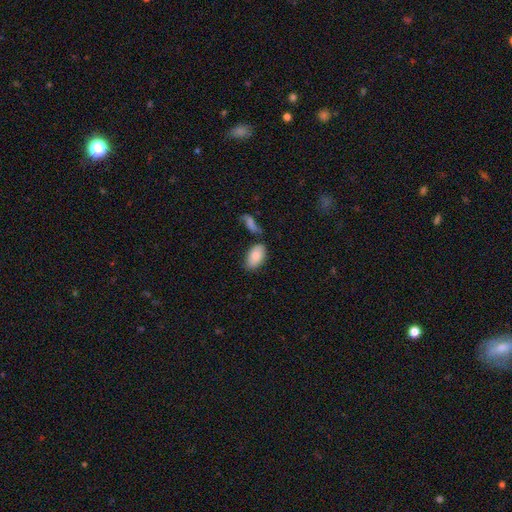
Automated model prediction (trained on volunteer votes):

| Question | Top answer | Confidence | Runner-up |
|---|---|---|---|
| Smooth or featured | smooth | 85% | featured or disk (9%) |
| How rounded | in between | 94% | round (3%) |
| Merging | none | 66% | minor disturbance (17%) |